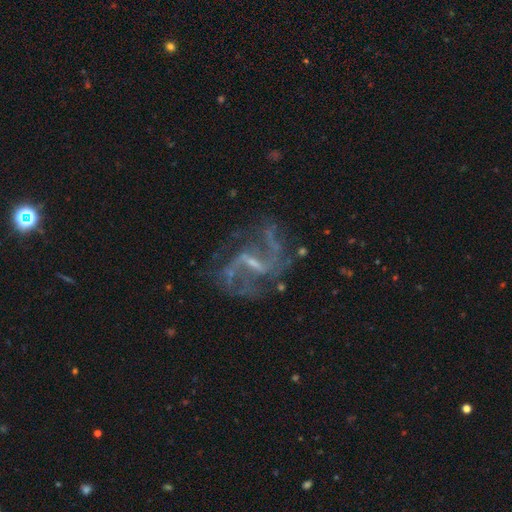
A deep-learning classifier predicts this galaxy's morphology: smooth_or_featured: featured or disk (p=0.85) [alt: star or artifact p=0.11]
disk_edge_on: no (p=0.97) [alt: yes p=0.03]
bar: weak (p=0.51) [alt: strong p=0.30]
has_spiral_arms: yes (p=0.94) [alt: no p=0.06]
spiral_winding: loose (p=0.58) [alt: medium p=0.33]
spiral_arm_count: 2 (p=0.67) [alt: can't tell p=0.10]
bulge_size: small (p=0.62) [alt: none p=0.19]
merging: none (p=0.63) [alt: major disturbance p=0.17]